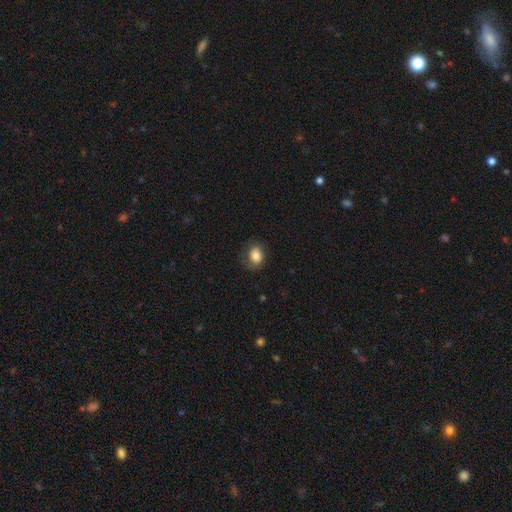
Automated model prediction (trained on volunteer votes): Smooth or featured?
  - smooth: 79% *
  - featured or disk: 12%
  - star or artifact: 9%
How rounded?
  - in between: 56% *
  - round: 43%
  - cigar-shaped: 1%
Merging?
  - none: 70% *
  - minor disturbance: 20%
  - major disturbance: 9%
  - merger: 1%